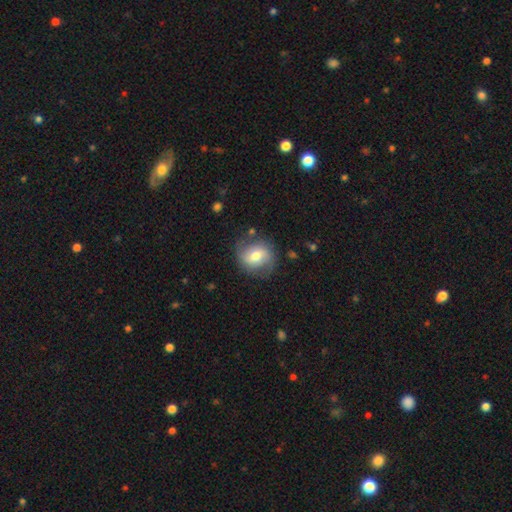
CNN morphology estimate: smooth_or_featured: smooth (p=0.49) [alt: featured or disk p=0.44]
merging: none (p=0.75) [alt: minor disturbance p=0.17]